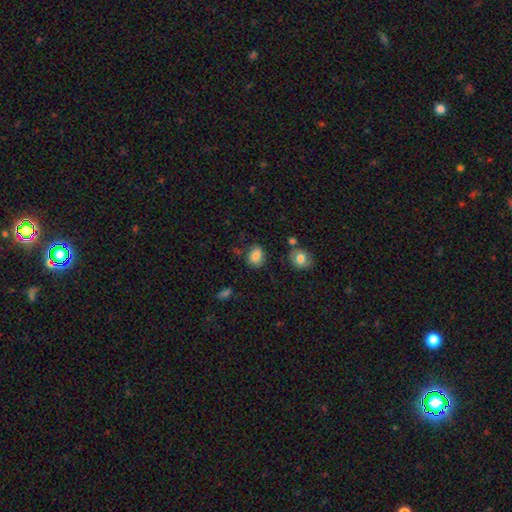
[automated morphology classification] type=smooth (83%); roundness=in between (58%); merging=none (71%).